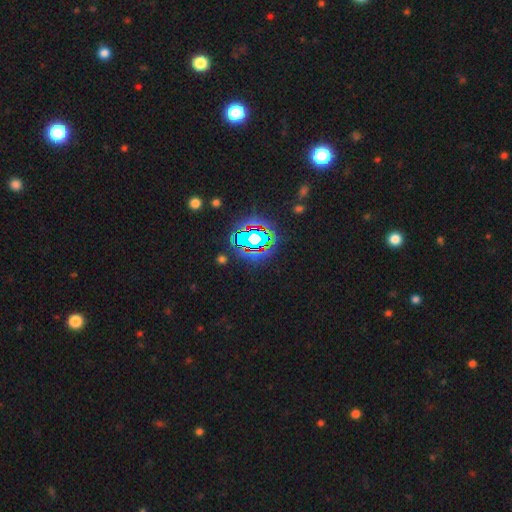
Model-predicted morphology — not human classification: smooth_or_featured: star or artifact (p=0.79) [alt: smooth p=0.13]